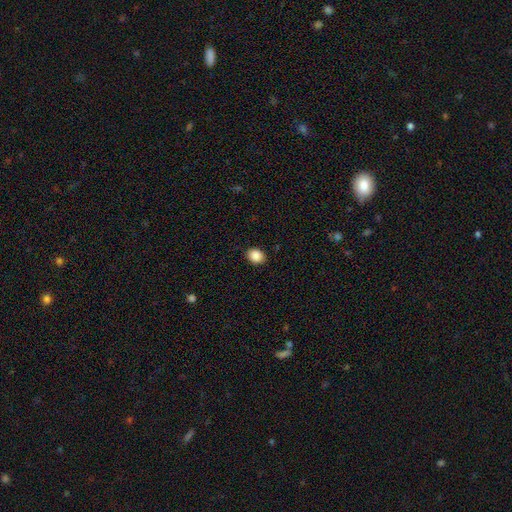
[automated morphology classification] Overall: smooth (89%). How rounded: in between (56%; round 43%). Merging: none (90%).